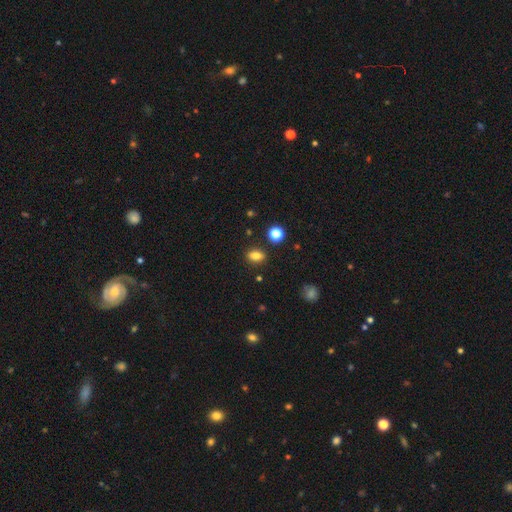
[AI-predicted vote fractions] The model was most divided on "how rounded": in between: 75%, round: 21%, cigar-shaped: 4%. More confident: merging — none (86%); smooth or featured — smooth (80%).